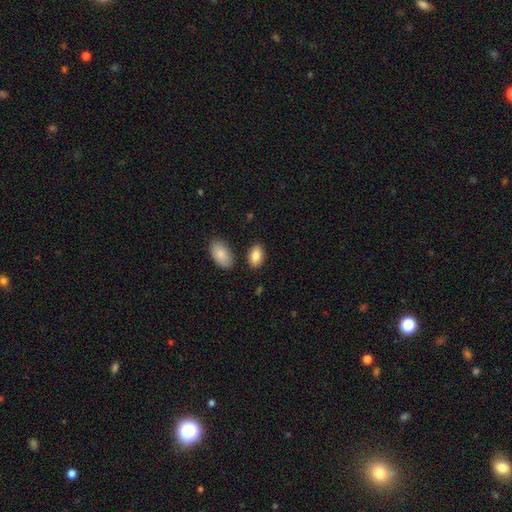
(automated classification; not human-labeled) A smooth galaxy with no disk features (86%) that is in between round and cigar-shaped (92%).

Vote fractions:
- Smooth or featured? smooth: 86% / star or artifact: 7% / featured or disk: 7%
- How rounded? in between: 92% / round: 7% / cigar-shaped: 2%
- Merging? none: 82% / minor disturbance: 10% / merger: 5% / major disturbance: 3%